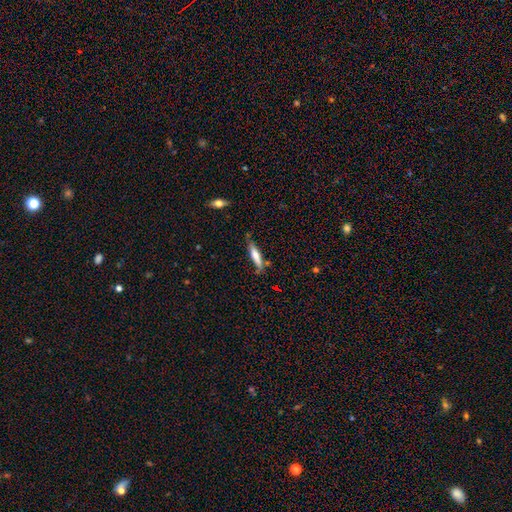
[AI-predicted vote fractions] Smooth or featured?
  - smooth: 64% *
  - featured or disk: 30%
  - star or artifact: 6%
How rounded?
  - cigar-shaped: 80% *
  - in between: 18%
  - round: 2%
Merging?
  - none: 67% *
  - minor disturbance: 23%
  - merger: 5%
  - major disturbance: 5%